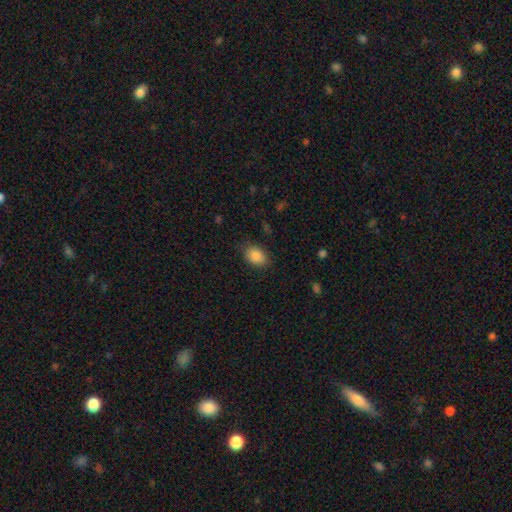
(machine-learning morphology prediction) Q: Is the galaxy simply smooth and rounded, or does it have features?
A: smooth — 88%.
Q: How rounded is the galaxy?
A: in between — 83%.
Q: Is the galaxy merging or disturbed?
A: none — 83%.